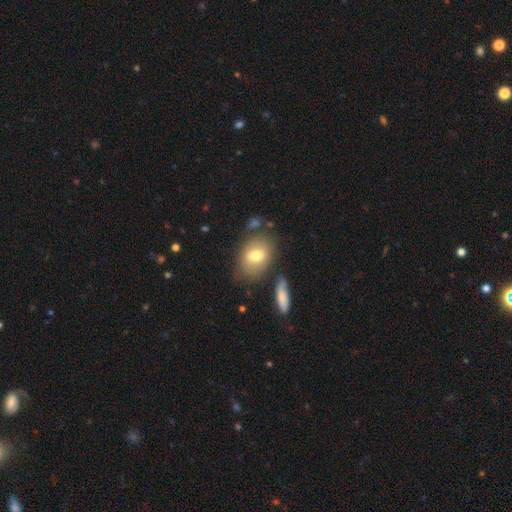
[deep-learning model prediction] smooth 68%, featured or disk 24%, star or artifact 8%. Down the decision tree: how rounded — in between (72%); merging — none (70%).